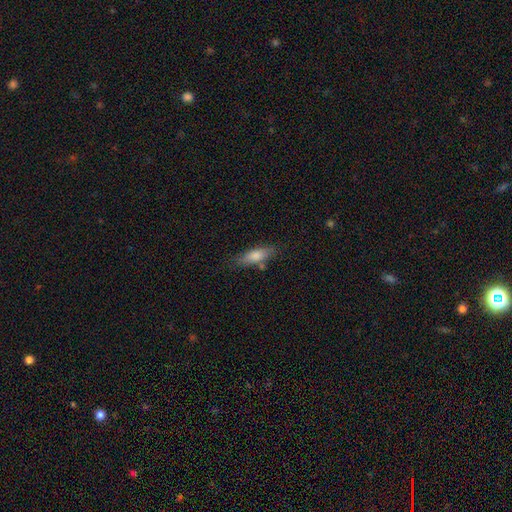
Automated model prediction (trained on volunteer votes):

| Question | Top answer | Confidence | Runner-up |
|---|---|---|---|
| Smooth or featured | smooth | 77% | featured or disk (16%) |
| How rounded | in between | 57% | cigar-shaped (40%) |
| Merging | none | 73% | minor disturbance (17%) |